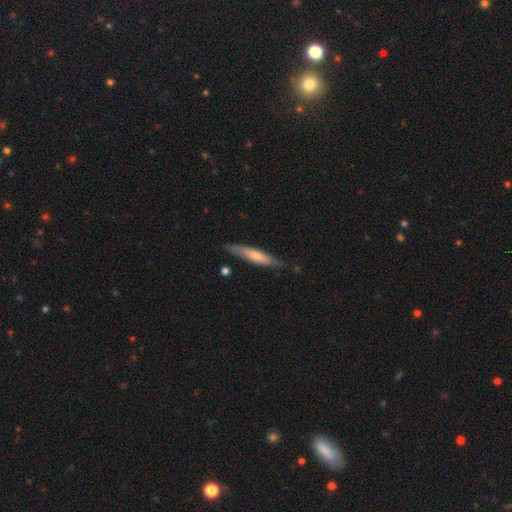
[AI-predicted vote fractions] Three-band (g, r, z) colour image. It shows a smooth galaxy with no disk features (60%) that is cigar-shaped (89%). Merging: none (81%).